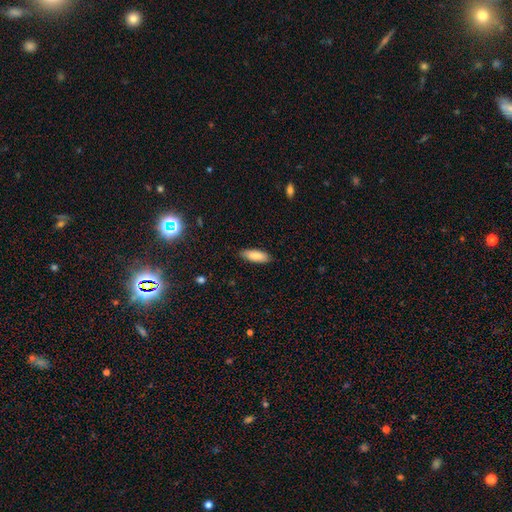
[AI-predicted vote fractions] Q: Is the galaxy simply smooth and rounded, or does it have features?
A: smooth — 85%.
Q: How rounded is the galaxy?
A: in between — 67%.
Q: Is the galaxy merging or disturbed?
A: none — 86%.